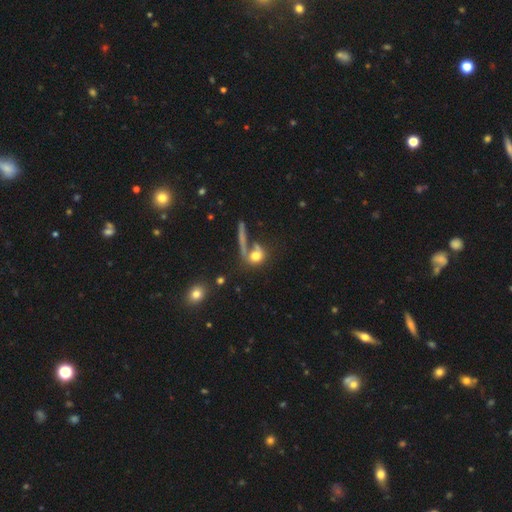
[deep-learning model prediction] This appears to be a smooth galaxy with no disk features (69%) that is round (63%). Merging: none (47%).